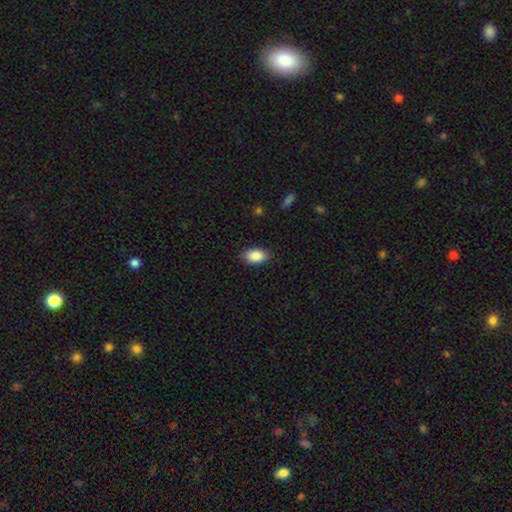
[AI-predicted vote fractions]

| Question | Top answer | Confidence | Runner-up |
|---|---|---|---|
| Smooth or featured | smooth | 88% | star or artifact (7%) |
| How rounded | in between | 92% | round (5%) |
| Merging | none | 85% | minor disturbance (11%) |